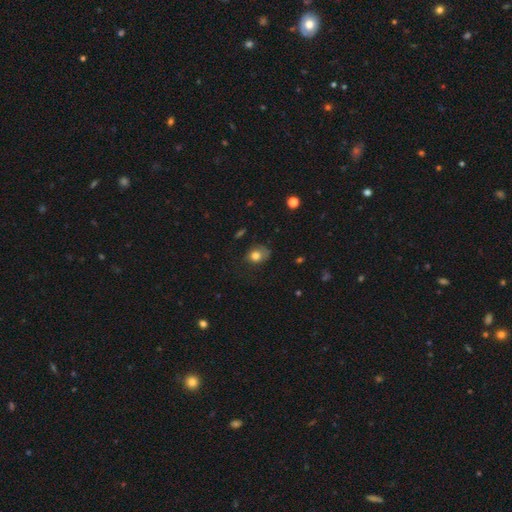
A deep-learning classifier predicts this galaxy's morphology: Smooth or featured: smooth — 76% (featured or disk — 14%)
How rounded: round — 51% (in between — 48%)
Merging: none — 50% (minor disturbance — 31%)